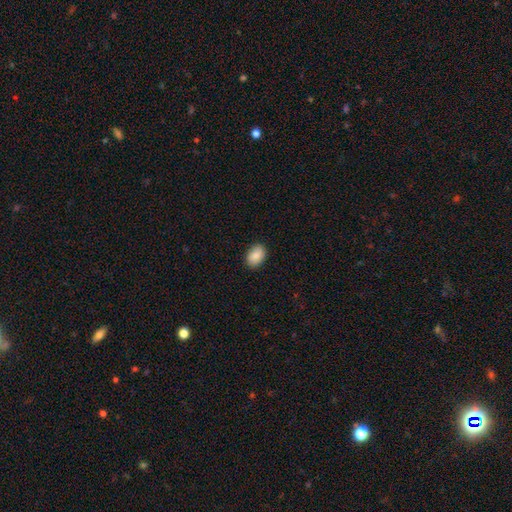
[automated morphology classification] Smooth or featured? smooth (88%)
How rounded? in between (85%)
Merging? none (87%)